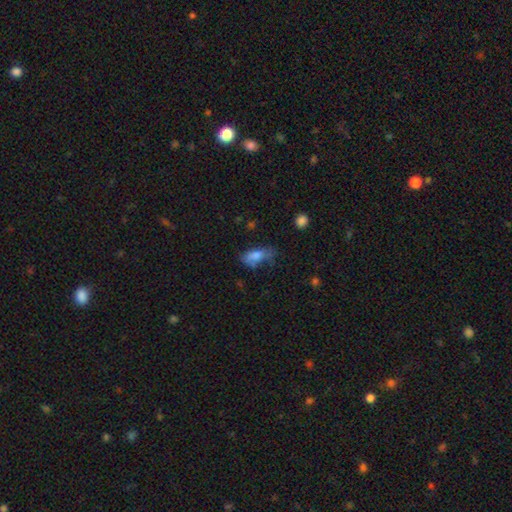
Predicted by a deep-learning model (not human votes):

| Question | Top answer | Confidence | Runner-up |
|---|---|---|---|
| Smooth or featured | smooth | 73% | featured or disk (18%) |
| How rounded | in between | 83% | cigar-shaped (12%) |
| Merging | none | 37% | minor disturbance (35%) |